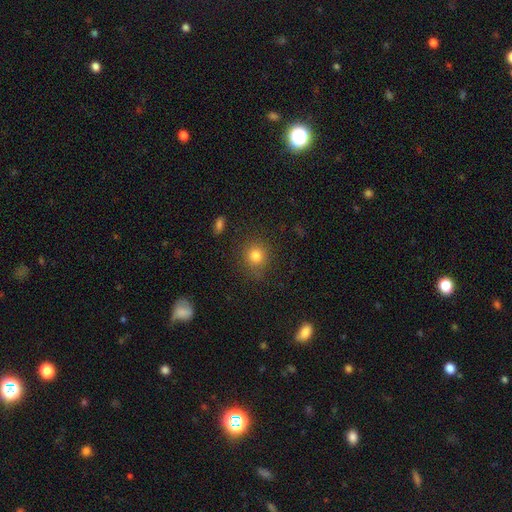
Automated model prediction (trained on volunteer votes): Smooth or featured? Predicted: smooth (p=0.81). How rounded? Predicted: round (p=0.86). Merging? Predicted: none (p=0.80).